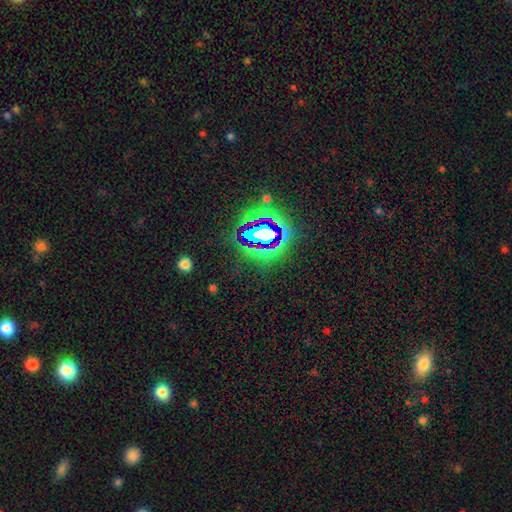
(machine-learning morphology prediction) Q: Smooth or featured?
A: star or artifact (78%); runner-up: smooth (12%)